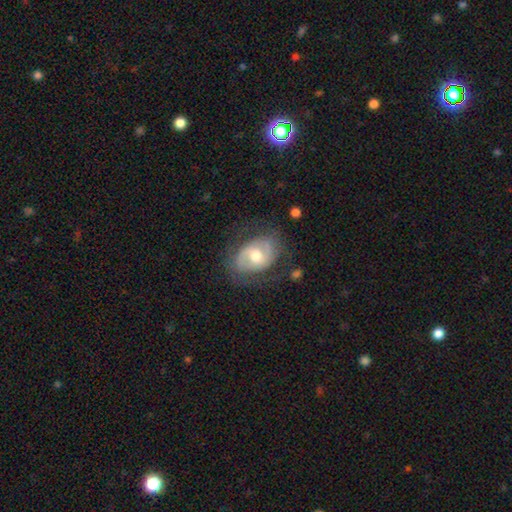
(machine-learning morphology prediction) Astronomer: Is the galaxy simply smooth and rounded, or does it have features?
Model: featured or disk — 67%.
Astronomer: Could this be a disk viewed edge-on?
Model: no — 96%.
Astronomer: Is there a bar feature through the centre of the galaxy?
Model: no — 45% (runner-up: weak, 41%).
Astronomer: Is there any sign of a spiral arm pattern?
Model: yes — 72%.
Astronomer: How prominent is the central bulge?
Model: moderate — 72%.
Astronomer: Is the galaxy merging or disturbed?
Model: none — 69%.